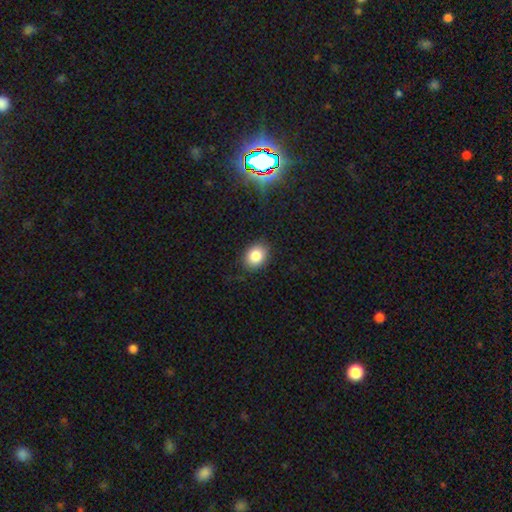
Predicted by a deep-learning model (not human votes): A smooth galaxy with no disk features (84%) that is in between round and cigar-shaped (56%). Merging: none (85%).